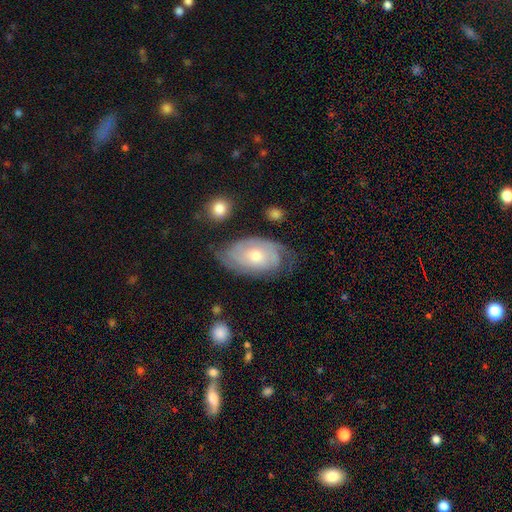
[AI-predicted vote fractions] This is likely a featured or disk galaxy (70%). It is clearly not viewed edge-on (95%). Bar: likely no (77%). Spiral arm pattern: clearly yes (88%). Spiral arm count: marginally 2 (42%). Spiral winding: likely tight (62%). Central bulge: likely moderate (64%). Merging: likely none (62%).